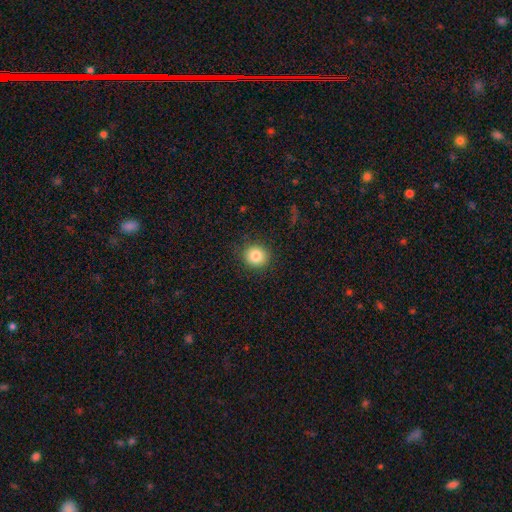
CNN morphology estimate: A smooth galaxy with no disk features (84%) that is round (87%). Merging: none (89%).